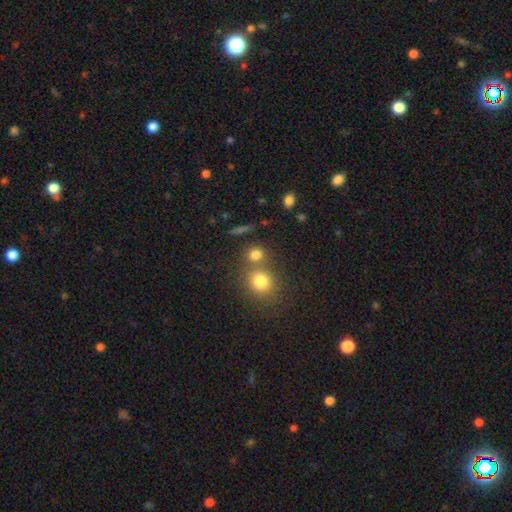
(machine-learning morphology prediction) A smooth galaxy with no disk features (74%) that is round (79%). Merging: none (60%).